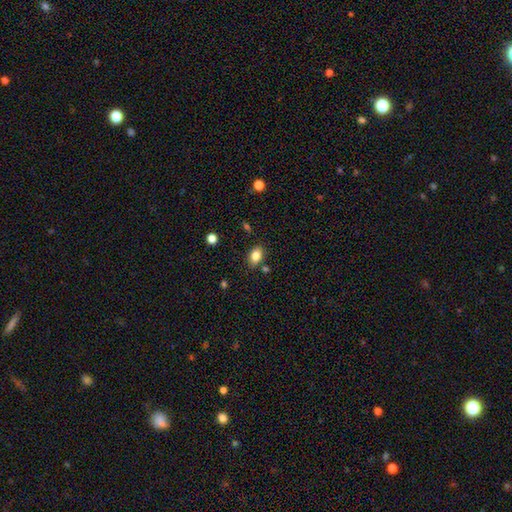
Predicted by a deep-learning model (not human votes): Morphology: type=smooth (82%); roundness=in between (81%); merging=none (82%).